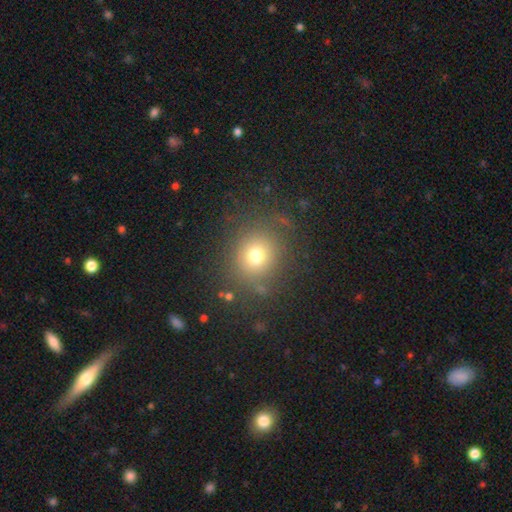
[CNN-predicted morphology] Smooth or featured: smooth — 70% (star or artifact — 17%)
How rounded: round — 83% (in between — 16%)
Merging: none — 77% (minor disturbance — 12%)